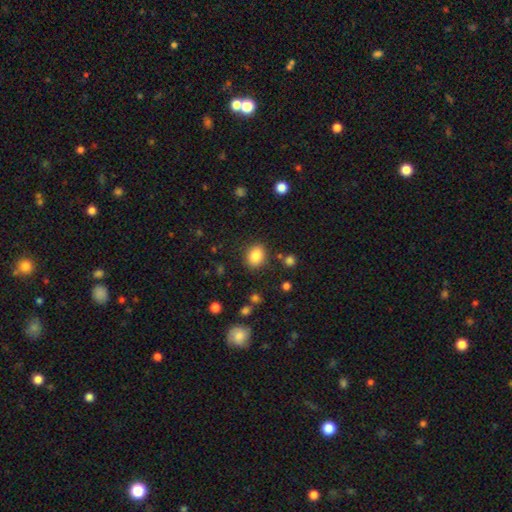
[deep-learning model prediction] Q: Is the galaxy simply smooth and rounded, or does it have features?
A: smooth — 85%.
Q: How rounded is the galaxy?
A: in between — 52%.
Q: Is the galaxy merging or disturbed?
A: none — 84%.